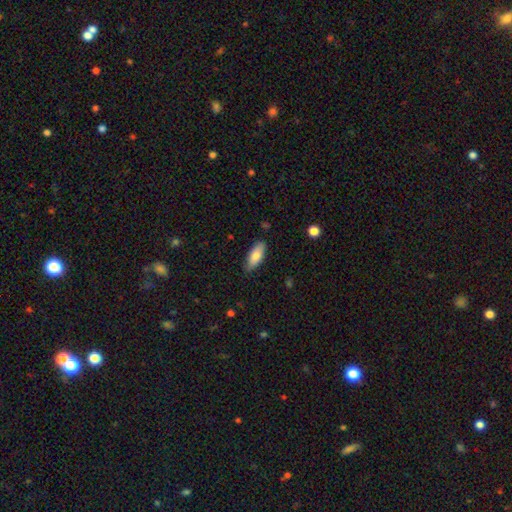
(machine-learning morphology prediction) Smooth or featured: smooth — 82% (featured or disk — 12%)
How rounded: in between — 81% (cigar-shaped — 17%)
Merging: none — 83% (minor disturbance — 14%)